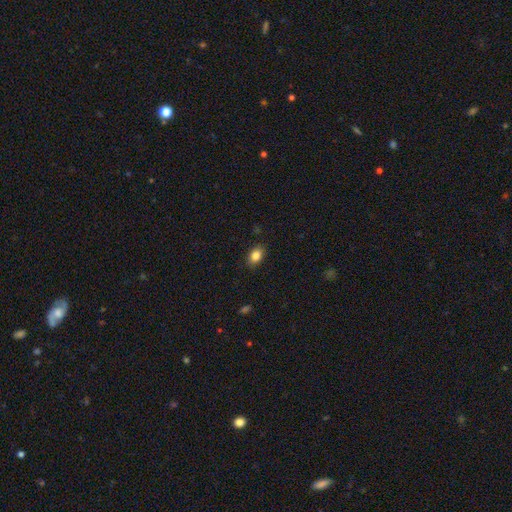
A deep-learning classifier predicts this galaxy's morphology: A smooth galaxy with no disk features (84%) that is in between round and cigar-shaped (79%).

Vote fractions:
- Smooth or featured? smooth: 84% / star or artifact: 9% / featured or disk: 7%
- How rounded? in between: 79% / round: 20% / cigar-shaped: 1%
- Merging? none: 86% / minor disturbance: 10% / major disturbance: 2% / merger: 1%